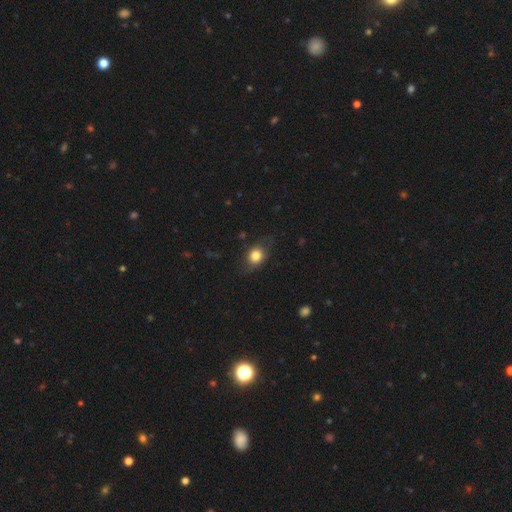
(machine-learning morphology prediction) Smooth or featured?
  - smooth: 79% *
  - featured or disk: 12%
  - star or artifact: 9%
How rounded?
  - round: 51% *
  - in between: 47%
  - cigar-shaped: 2%
Merging?
  - none: 73% *
  - minor disturbance: 20%
  - major disturbance: 6%
  - merger: 1%